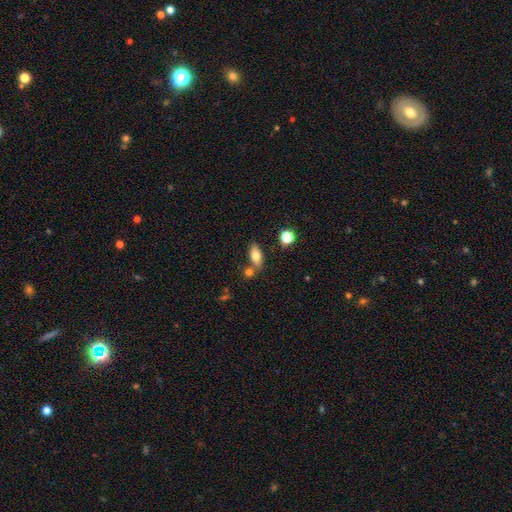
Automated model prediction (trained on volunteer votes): This appears to be a smooth galaxy with no disk features (75%) that is in between round and cigar-shaped (85%). Merging: none (67%).